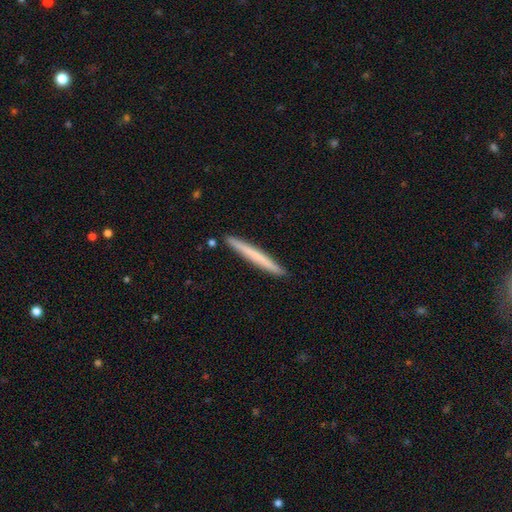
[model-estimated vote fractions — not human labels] Smooth or featured: smooth — 63% (featured or disk — 32%)
How rounded: cigar-shaped — 97% (in between — 2%)
Merging: none — 92% (minor disturbance — 6%)